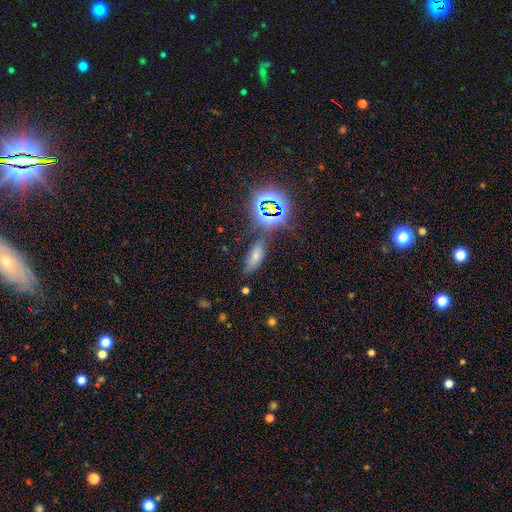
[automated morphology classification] The model was most divided on "smooth or featured": smooth: 58%, star or artifact: 27%, featured or disk: 15%. More confident: how rounded — in between (74%); merging — none (66%).